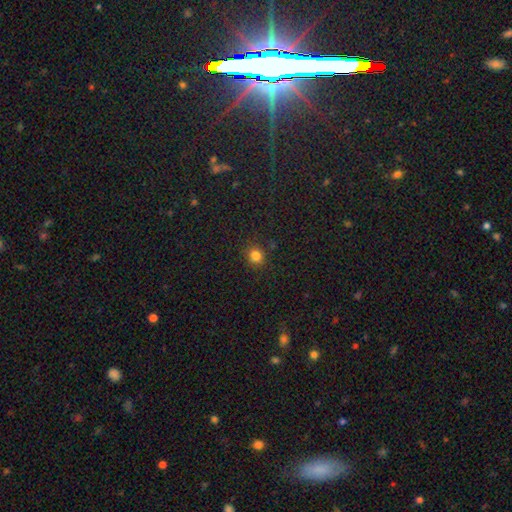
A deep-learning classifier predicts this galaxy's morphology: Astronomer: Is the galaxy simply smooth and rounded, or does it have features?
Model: smooth — 83%.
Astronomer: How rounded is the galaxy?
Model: round — 86%.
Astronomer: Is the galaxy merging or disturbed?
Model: none — 89%.